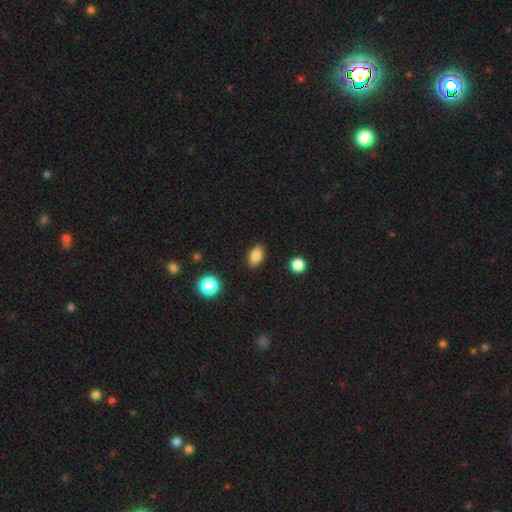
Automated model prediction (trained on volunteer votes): This is clearly a smooth galaxy (84%). How rounded: clearly in between (85%). Merging: clearly none (88%).